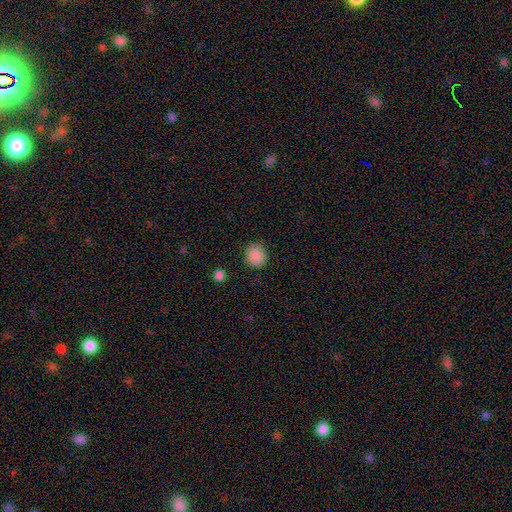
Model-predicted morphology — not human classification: type=smooth (88%); roundness=round (77%); merging=none (86%).